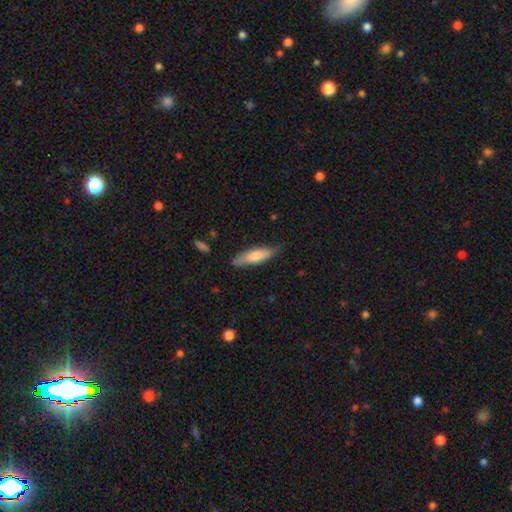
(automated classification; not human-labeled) This appears to be a smooth galaxy with no disk features (69%) that is cigar-shaped (62%). Merging: none (74%).